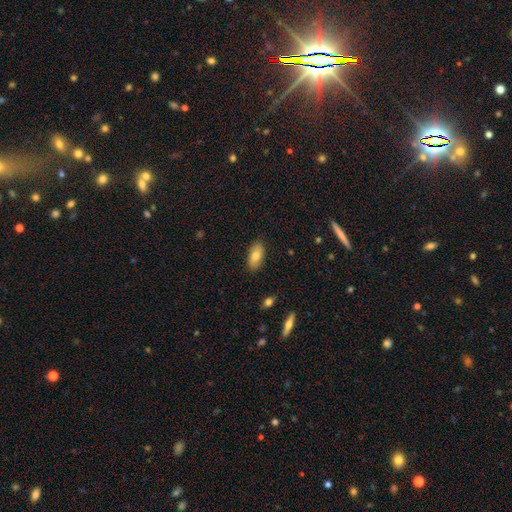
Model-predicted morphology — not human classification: Smooth or featured? smooth (81%)
How rounded? in between (90%)
Merging? none (86%)